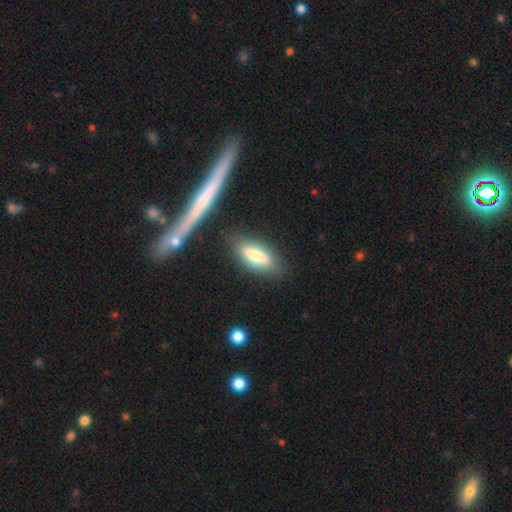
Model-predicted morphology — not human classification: Smooth or featured? smooth (66%)
How rounded? in between (62%)
Merging? none (79%)